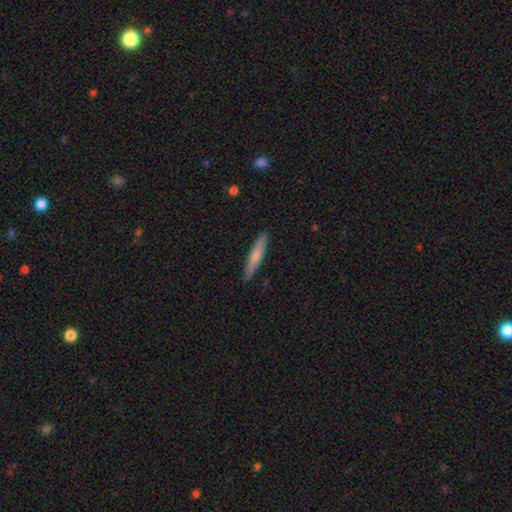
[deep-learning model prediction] Overall: smooth (64%; featured or disk 30%). How rounded: cigar-shaped (93%). Merging: none (90%).